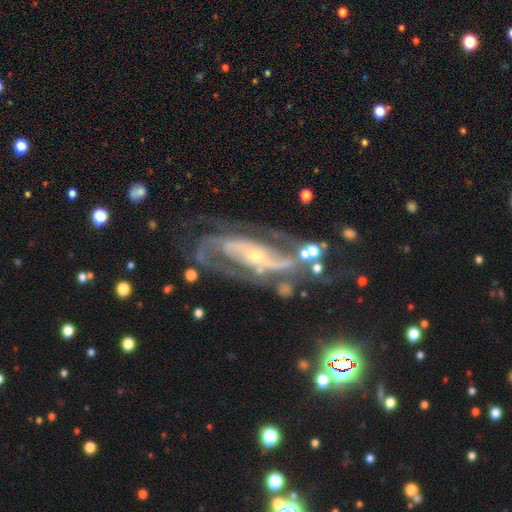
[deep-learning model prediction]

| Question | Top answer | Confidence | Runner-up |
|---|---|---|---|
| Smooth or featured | featured or disk | 88% | star or artifact (7%) |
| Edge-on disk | no | 92% | yes (8%) |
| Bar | strong | 38% | no (36%) |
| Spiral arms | yes | 94% | no (6%) |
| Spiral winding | medium | 46% | tight (33%) |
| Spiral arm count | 2 | 67% | can't tell (13%) |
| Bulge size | small | 68% | moderate (27%) |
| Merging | none | 57% | minor disturbance (19%) |